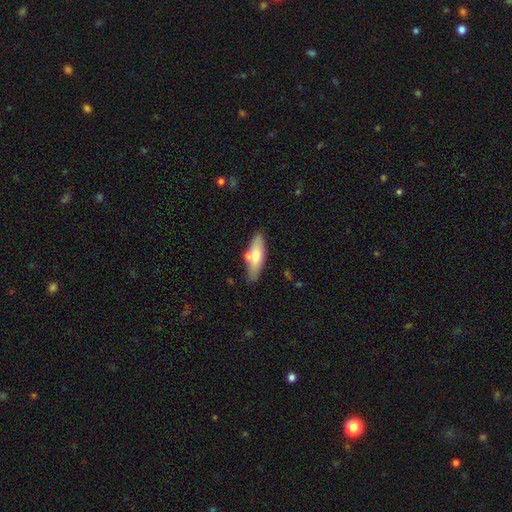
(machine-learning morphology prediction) Smooth or featured?
  - smooth: 60% *
  - featured or disk: 34%
  - star or artifact: 6%
How rounded?
  - cigar-shaped: 49% *
  - in between: 48%
  - round: 2%
Merging?
  - none: 70% *
  - minor disturbance: 14%
  - merger: 13%
  - major disturbance: 3%